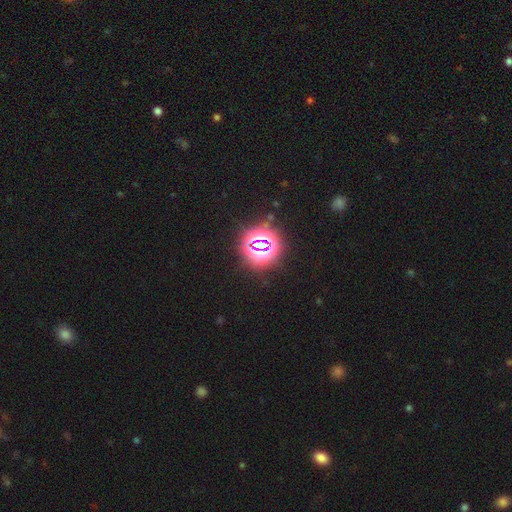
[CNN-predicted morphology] Smooth or featured?
  - star or artifact: 77% *
  - smooth: 18%
  - featured or disk: 5%